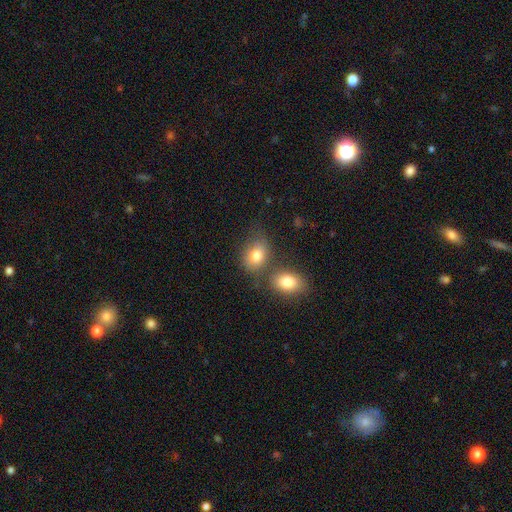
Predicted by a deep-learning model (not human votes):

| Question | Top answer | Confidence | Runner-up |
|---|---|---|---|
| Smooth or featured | smooth | 80% | featured or disk (10%) |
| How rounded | in between | 65% | round (34%) |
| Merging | none | 53% | merger (28%) |